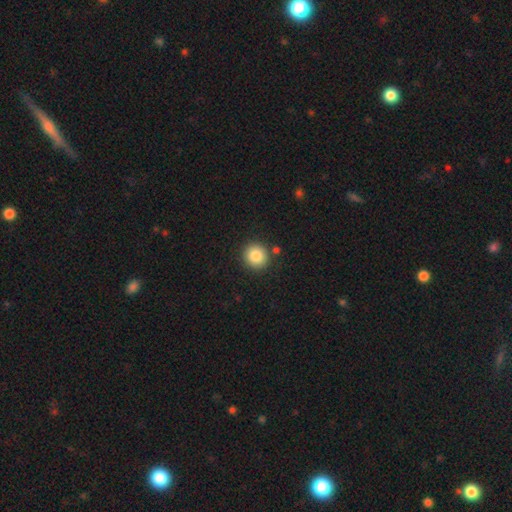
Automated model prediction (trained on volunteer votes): Overall: smooth (86%). How rounded: round (93%). Merging: none (87%).